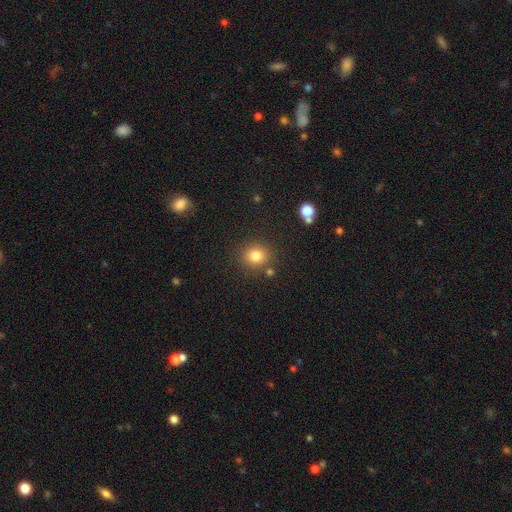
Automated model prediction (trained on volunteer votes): Smooth or featured? smooth (80%)
How rounded? round (81%)
Merging? none (82%)